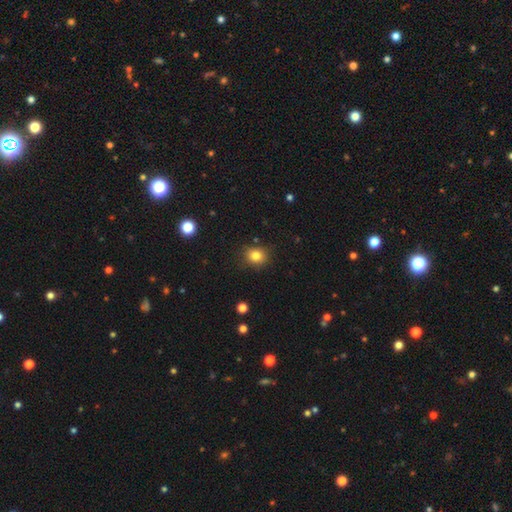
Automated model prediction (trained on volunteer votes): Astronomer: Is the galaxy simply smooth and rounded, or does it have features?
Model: smooth — 82%.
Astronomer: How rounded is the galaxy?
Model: round — 70%.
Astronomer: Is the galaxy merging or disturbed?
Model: none — 83%.